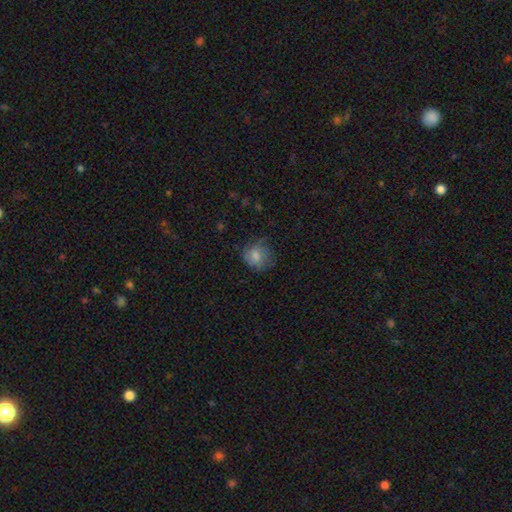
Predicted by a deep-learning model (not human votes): This appears to be a smooth galaxy with no disk features (79%) that is round (80%). Merging: none (63%).